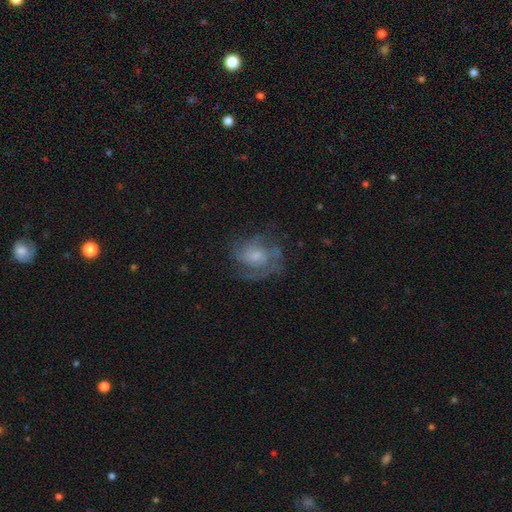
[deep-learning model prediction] Smooth or featured? Predicted: featured or disk (p=0.74). Edge-on disk? Predicted: no (p=0.97). Bar? Predicted: no (p=0.58). Spiral arms? Predicted: yes (p=0.89). Spiral winding? Predicted: medium (p=0.46). Spiral arm count? Predicted: can't tell (p=0.29, tied with 2). Bulge size? Predicted: moderate (p=0.39). Merging? Predicted: none (p=0.61).